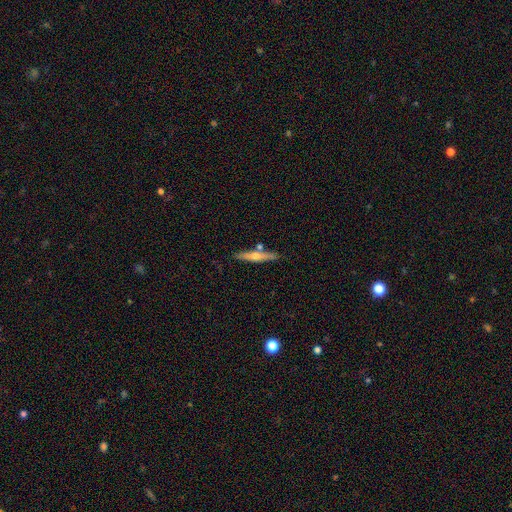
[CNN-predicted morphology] Overall: featured or disk (54%; smooth 40%). Edge-on disk: yes (95%). Edge-on bulge: rounded (84%). Merging: none (81%).